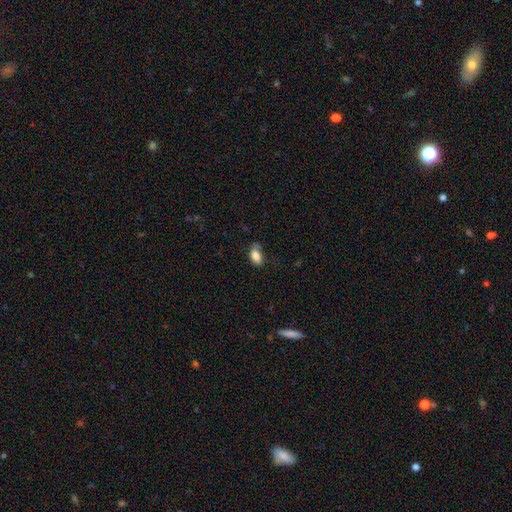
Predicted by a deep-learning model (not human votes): This appears to be a smooth galaxy with no disk features (84%) that is in between round and cigar-shaped (90%). Merging: none (56%).